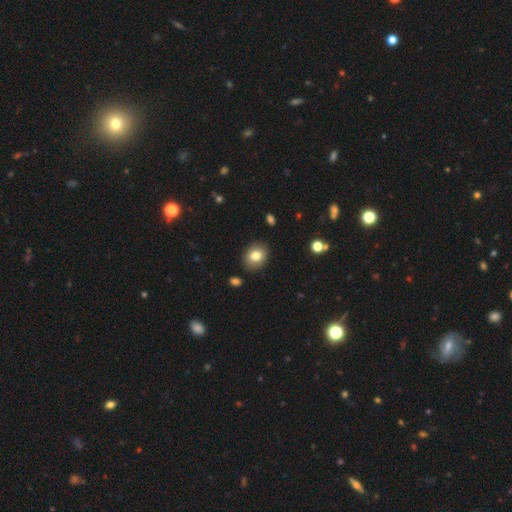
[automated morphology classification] Q: Smooth or featured?
A: smooth (81%); runner-up: featured or disk (9%)
Q: How rounded?
A: round (56%); runner-up: in between (43%)
Q: Merging?
A: none (88%); runner-up: minor disturbance (8%)